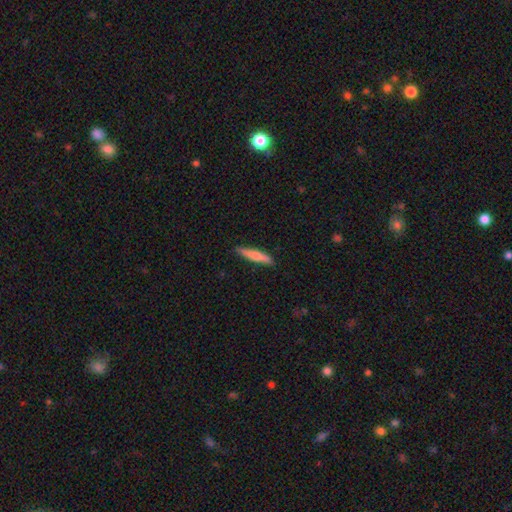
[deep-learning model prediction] A smooth galaxy with no disk features (70%) that is cigar-shaped (90%).

Vote fractions:
- Smooth or featured? smooth: 70% / featured or disk: 25% / star or artifact: 5%
- How rounded? cigar-shaped: 90% / in between: 8% / round: 1%
- Merging? none: 88% / minor disturbance: 9% / major disturbance: 2% / merger: 1%